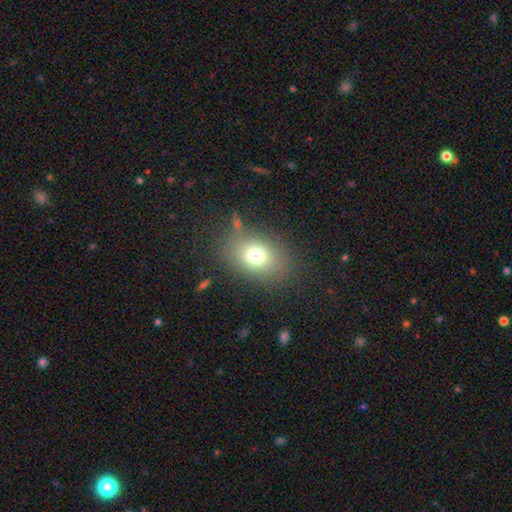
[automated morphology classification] This appears to be a smooth galaxy with no disk features (73%) that is in between round and cigar-shaped (65%). Merging: none (75%).